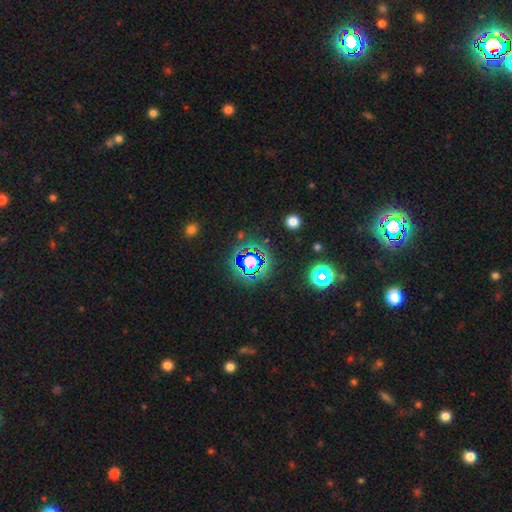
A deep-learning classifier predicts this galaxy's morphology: Overall: star or artifact (79%).